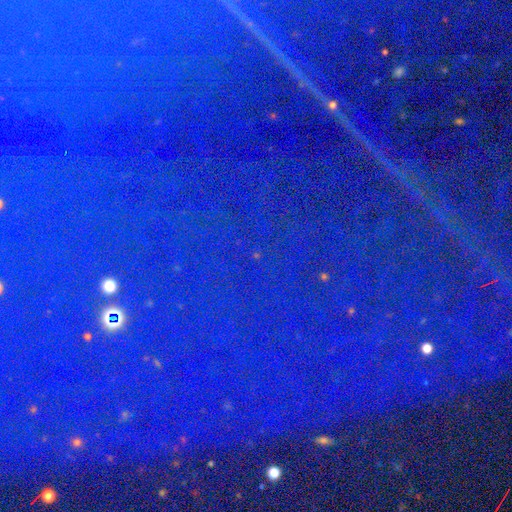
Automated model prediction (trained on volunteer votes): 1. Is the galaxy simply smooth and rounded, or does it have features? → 87% star or artifact, 7% featured or disk, 6% smooth.